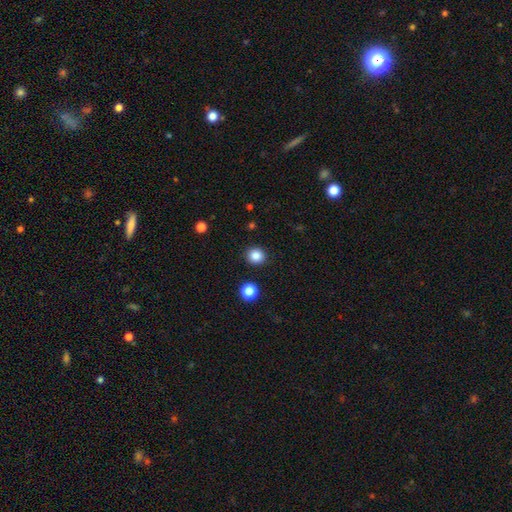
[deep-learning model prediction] Smooth or featured? smooth (86%)
How rounded? round (87%)
Merging? none (91%)